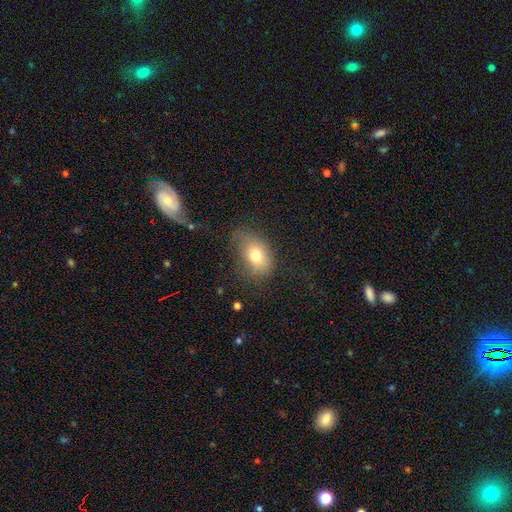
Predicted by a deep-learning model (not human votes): Smooth or featured: smooth — 74% (featured or disk — 15%)
How rounded: in between — 77% (round — 22%)
Merging: none — 57% (minor disturbance — 27%)